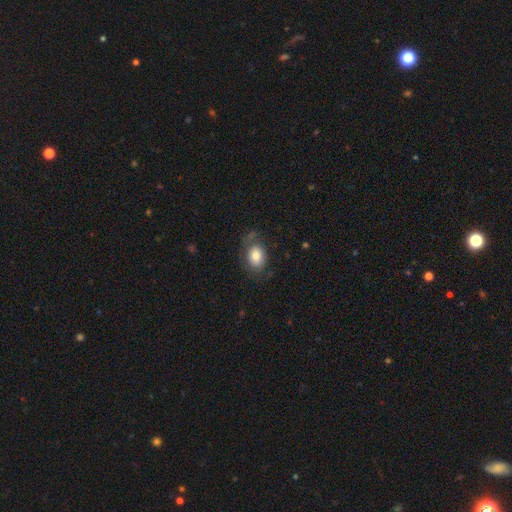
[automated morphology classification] The model was most divided on "merging": none: 63%, minor disturbance: 23%, major disturbance: 11%, merger: 3%. More confident: smooth or featured — smooth (79%); how rounded — in between (73%).